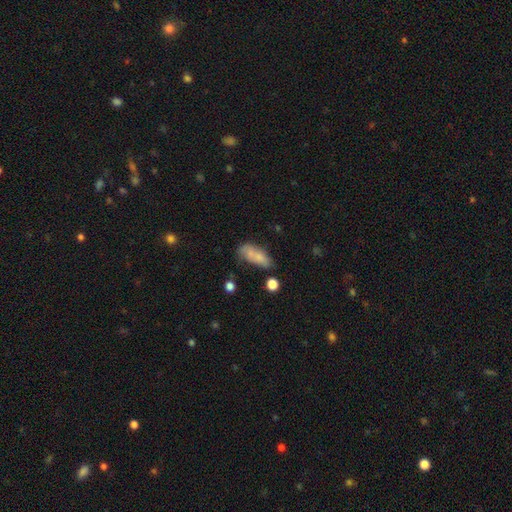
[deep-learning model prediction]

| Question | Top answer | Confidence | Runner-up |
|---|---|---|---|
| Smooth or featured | smooth | 71% | featured or disk (19%) |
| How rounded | in between | 76% | cigar-shaped (20%) |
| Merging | none | 43% | minor disturbance (27%) |